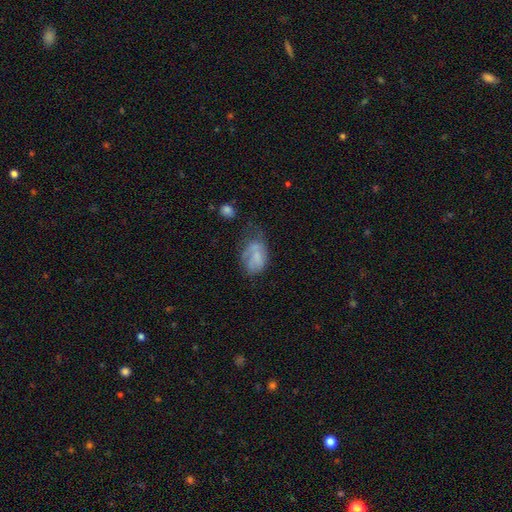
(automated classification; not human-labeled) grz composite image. It shows a smooth galaxy with no disk features (55%) that is in between round and cigar-shaped (86%). Merging: major disturbance (35%).